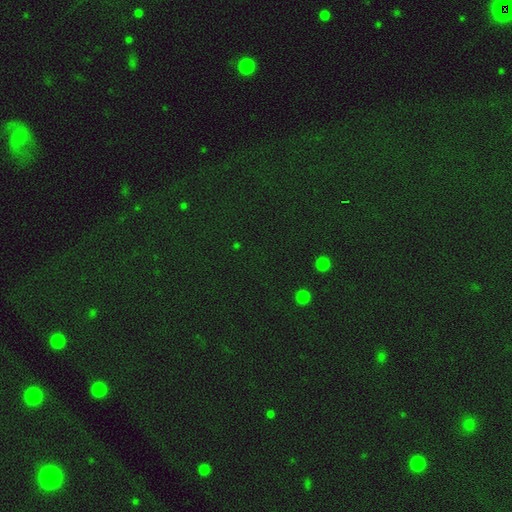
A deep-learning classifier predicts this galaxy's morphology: Smooth or featured? Predicted: star or artifact (p=0.77).